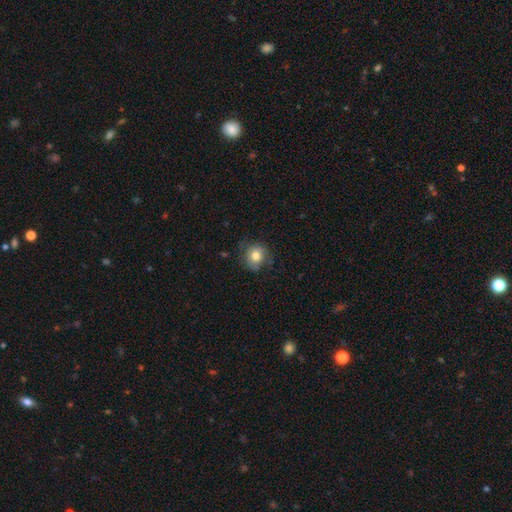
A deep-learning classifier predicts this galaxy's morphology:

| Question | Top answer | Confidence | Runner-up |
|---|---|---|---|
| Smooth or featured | smooth | 77% | featured or disk (14%) |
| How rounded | round | 83% | in between (16%) |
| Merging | none | 71% | minor disturbance (21%) |